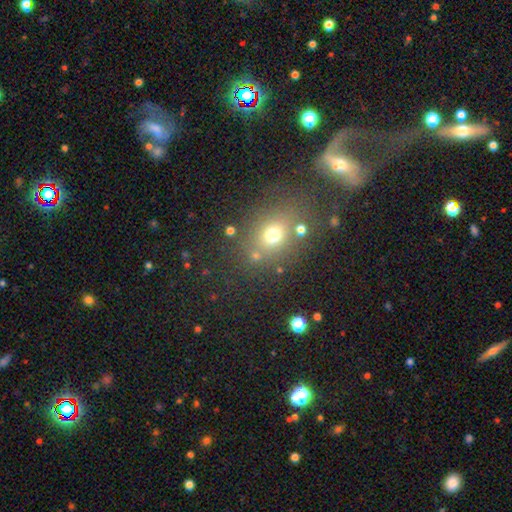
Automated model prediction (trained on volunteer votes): smooth 67%, star or artifact 21%, featured or disk 12%. Down the decision tree: how rounded — round (56%); merging — none (71%).